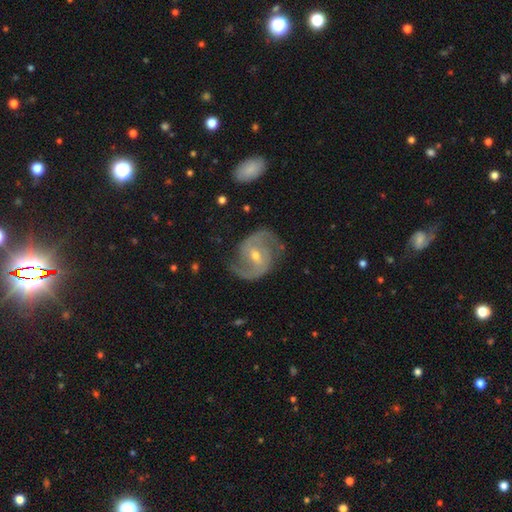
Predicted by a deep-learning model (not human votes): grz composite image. It shows a featured or disk galaxy (91%) with a weak bar (48%), 2 (92%) medium (57%) spiral arms (97%) and a small central bulge (48%, tied with moderate). Merging: none (79%).